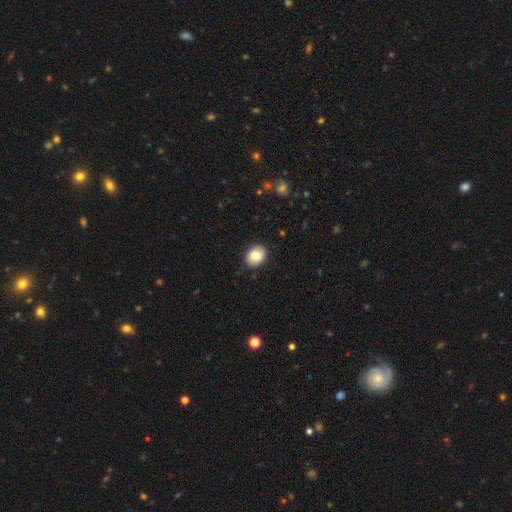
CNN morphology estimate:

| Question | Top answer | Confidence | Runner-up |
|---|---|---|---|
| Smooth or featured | smooth | 83% | featured or disk (9%) |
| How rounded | round | 50% | in between (49%) |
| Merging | none | 86% | minor disturbance (11%) |